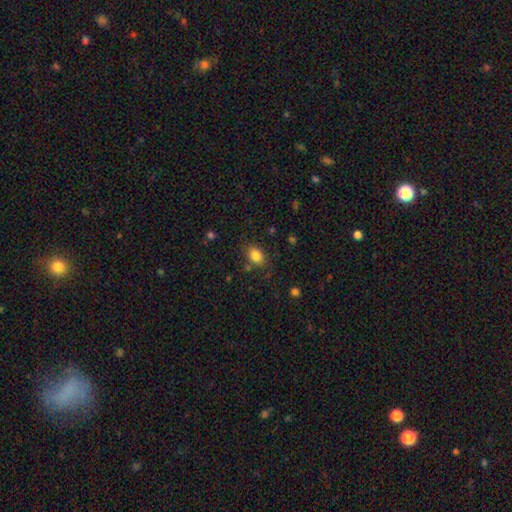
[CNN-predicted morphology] Smooth or featured? Predicted: smooth (p=0.83). How rounded? Predicted: in between (p=0.76). Merging? Predicted: none (p=0.79).